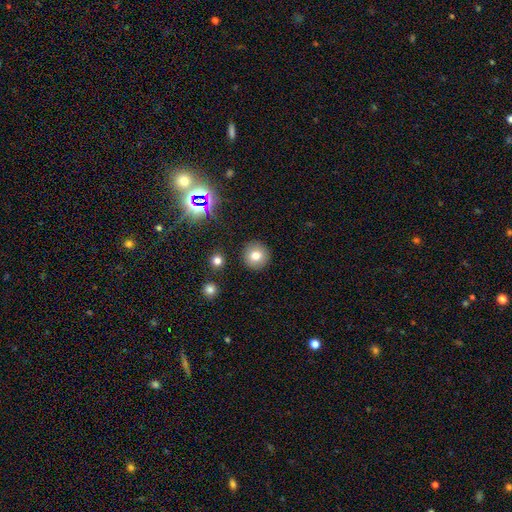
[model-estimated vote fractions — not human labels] A smooth galaxy with no disk features (76%) that is round (94%).

Vote fractions:
- Smooth or featured? smooth: 76% / star or artifact: 13% / featured or disk: 10%
- How rounded? round: 94% / in between: 5% / cigar-shaped: 1%
- Merging? none: 91% / minor disturbance: 5% / major disturbance: 2% / merger: 2%